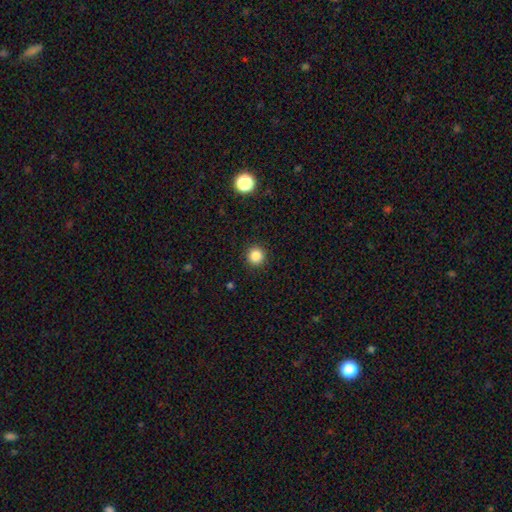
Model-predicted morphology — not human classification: Smooth or featured? Predicted: smooth (p=0.85). How rounded? Predicted: round (p=0.95). Merging? Predicted: none (p=0.92).